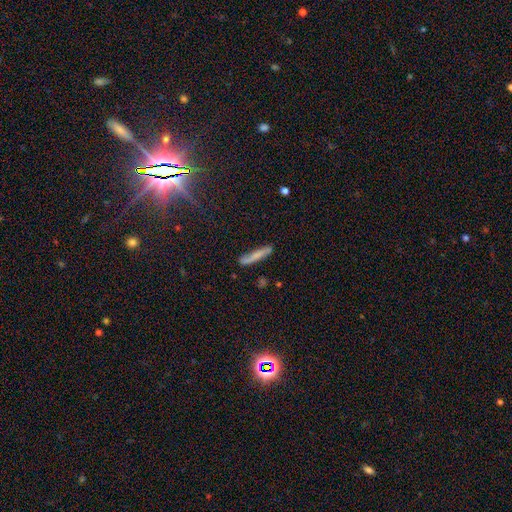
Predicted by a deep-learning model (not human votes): Q: Smooth or featured?
A: smooth (66%); runner-up: featured or disk (26%)
Q: How rounded?
A: cigar-shaped (92%); runner-up: in between (7%)
Q: Merging?
A: none (75%); runner-up: minor disturbance (18%)